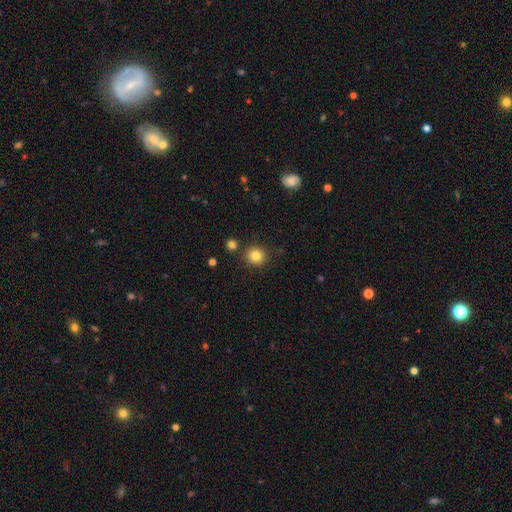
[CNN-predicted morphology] Smooth or featured?
  - smooth: 83% *
  - star or artifact: 11%
  - featured or disk: 6%
How rounded?
  - round: 88% *
  - in between: 11%
  - cigar-shaped: 1%
Merging?
  - none: 85% *
  - minor disturbance: 7%
  - merger: 5%
  - major disturbance: 2%